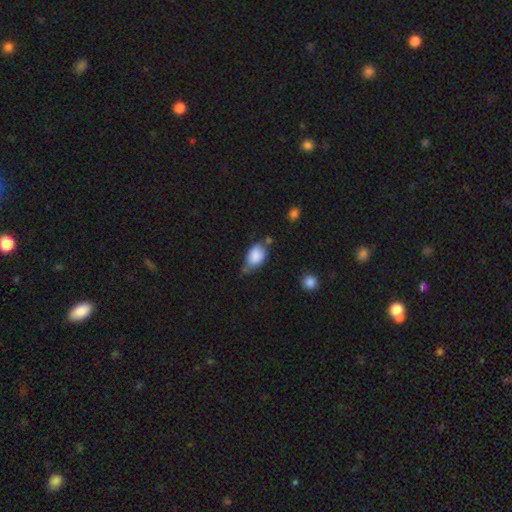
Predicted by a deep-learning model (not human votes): Smooth or featured? smooth (86%)
How rounded? in between (86%)
Merging? none (43%)